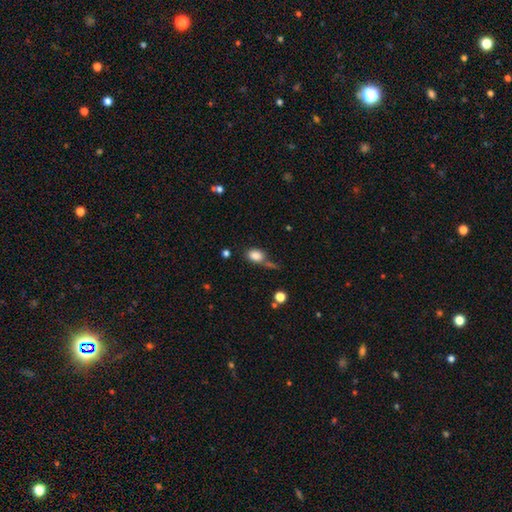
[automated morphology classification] Overall: smooth (84%). How rounded: in between (73%). Merging: none (52%; minor disturbance 20%).